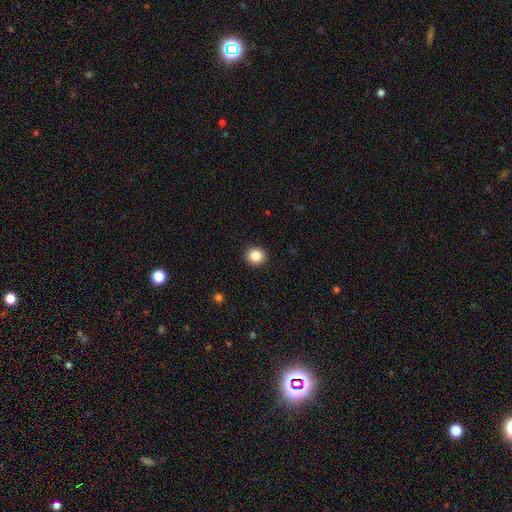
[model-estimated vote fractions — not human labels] The model was most divided on "how rounded": round: 86%, in between: 13%, cigar-shaped: 1%. More confident: merging — none (91%); smooth or featured — smooth (88%).